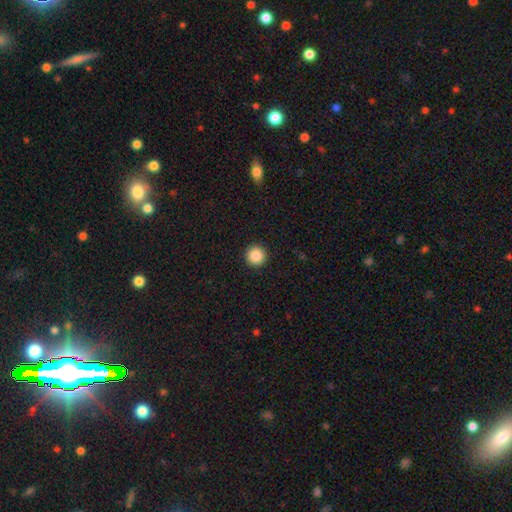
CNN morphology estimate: This appears to be a smooth galaxy with no disk features (87%) that is round (96%). Merging: none (94%).